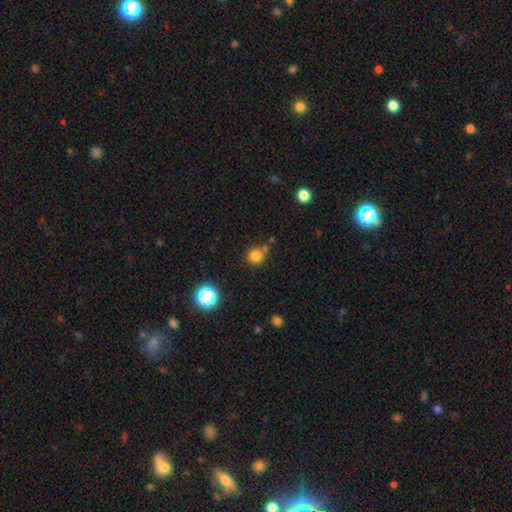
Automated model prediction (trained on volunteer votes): A smooth galaxy with no disk features (80%) that is round (91%). Merging: none (70%).